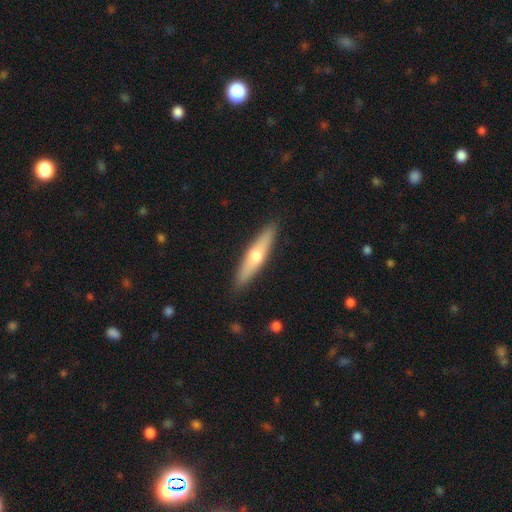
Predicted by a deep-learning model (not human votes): Q: Smooth or featured?
A: smooth (48%); runner-up: featured or disk (47%)
Q: Merging?
A: none (90%); runner-up: minor disturbance (7%)